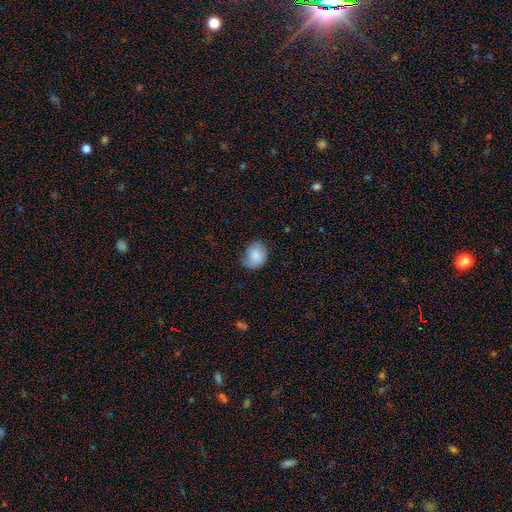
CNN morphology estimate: Q: Smooth or featured?
A: smooth (81%); runner-up: featured or disk (12%)
Q: How rounded?
A: round (62%); runner-up: in between (37%)
Q: Merging?
A: none (66%); runner-up: minor disturbance (27%)